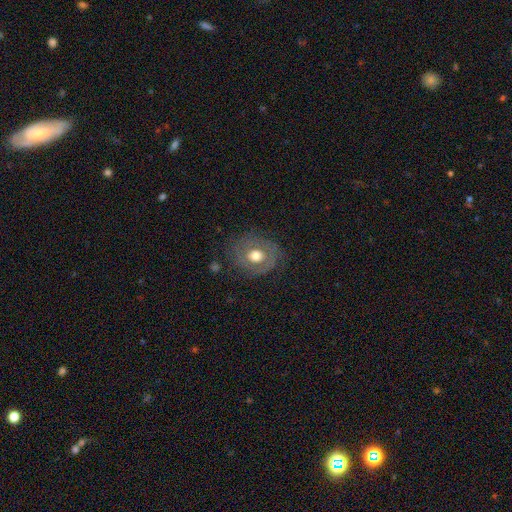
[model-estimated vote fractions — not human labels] Morphology: type=featured or disk (48%); merging=none (73%).